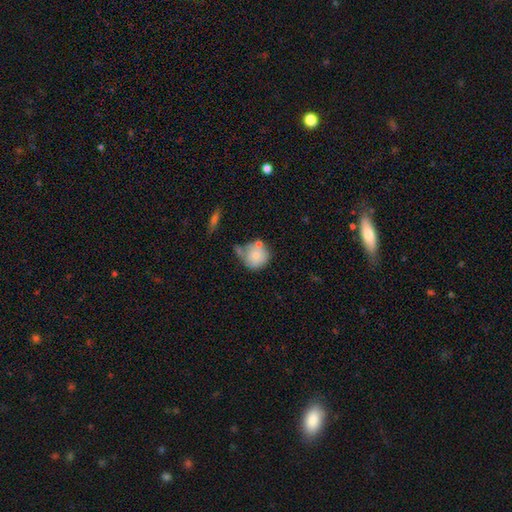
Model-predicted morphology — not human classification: Smooth or featured: smooth — 73% (featured or disk — 19%)
How rounded: round — 86% (in between — 13%)
Merging: none — 42% (merger — 26%)